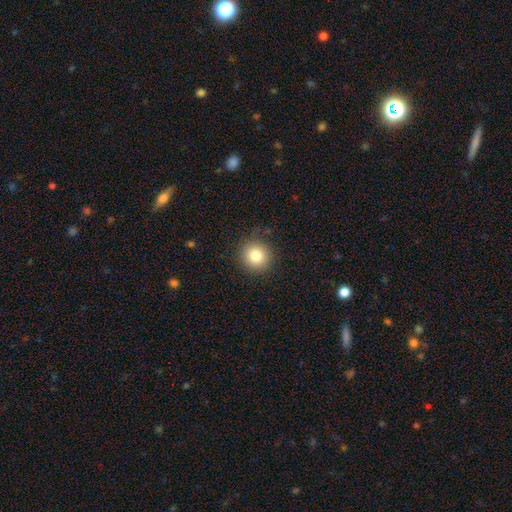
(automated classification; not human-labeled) The model was most divided on "smooth or featured": smooth: 82%, star or artifact: 11%, featured or disk: 7%. More confident: how rounded — round (92%); merging — none (87%).